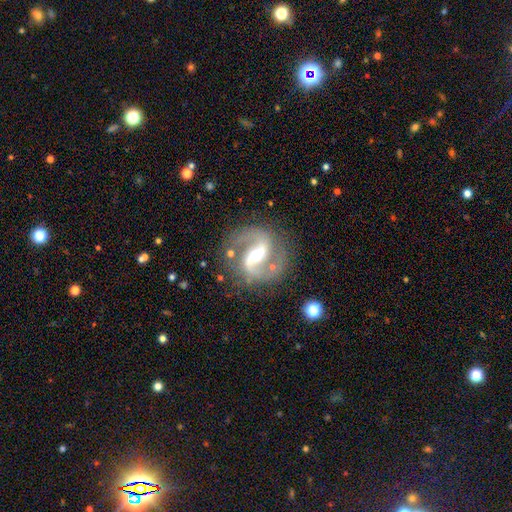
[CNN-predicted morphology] smooth_or_featured: featured or disk (p=0.91) [alt: star or artifact p=0.05]
disk_edge_on: no (p=0.97) [alt: yes p=0.03]
bar: strong (p=0.50) [alt: weak p=0.35]
has_spiral_arms: yes (p=0.97) [alt: no p=0.03]
spiral_winding: medium (p=0.56) [alt: loose p=0.29]
spiral_arm_count: 2 (p=0.93) [alt: can't tell p=0.02]
bulge_size: moderate (p=0.57) [alt: small p=0.36]
merging: none (p=0.81) [alt: minor disturbance p=0.12]